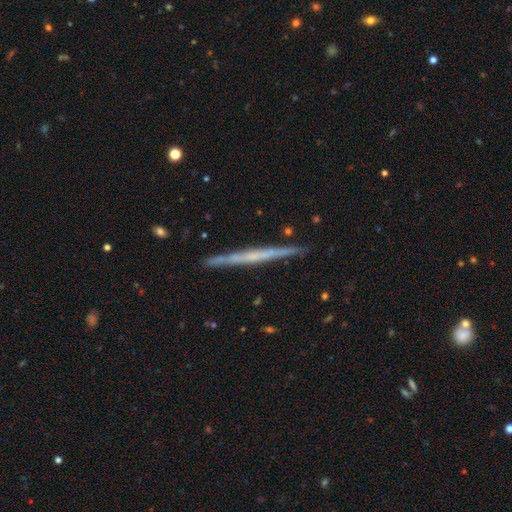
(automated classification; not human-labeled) featured or disk 65%, smooth 29%, star or artifact 6%. Down the decision tree: edge-on disk — yes (98%); edge-on bulge — none (80%); merging — none (90%).